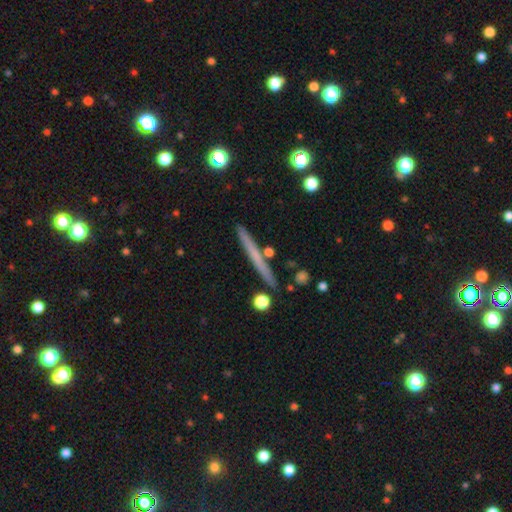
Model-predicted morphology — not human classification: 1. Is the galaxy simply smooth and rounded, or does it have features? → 49% smooth, 44% featured or disk, 7% star or artifact.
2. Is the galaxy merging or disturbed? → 88% none, 7% minor disturbance, 3% merger, 2% major disturbance.